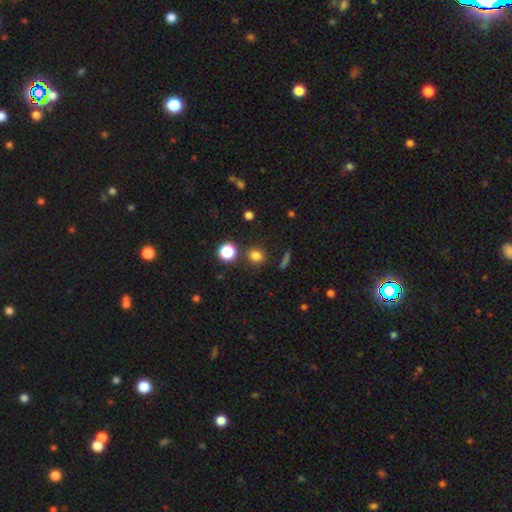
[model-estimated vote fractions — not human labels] smooth-or-featured: smooth: 79% | star or artifact: 16% | featured or disk: 5%
  how-rounded: round: 74% | in between: 24% | cigar-shaped: 2%
  merging: none: 83% | minor disturbance: 8% | merger: 6% | major disturbance: 3%